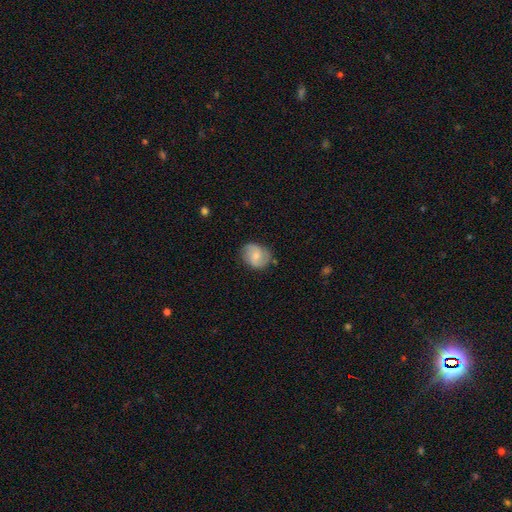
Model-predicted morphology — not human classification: A featured or disk galaxy (50%). Merging: none (74%).